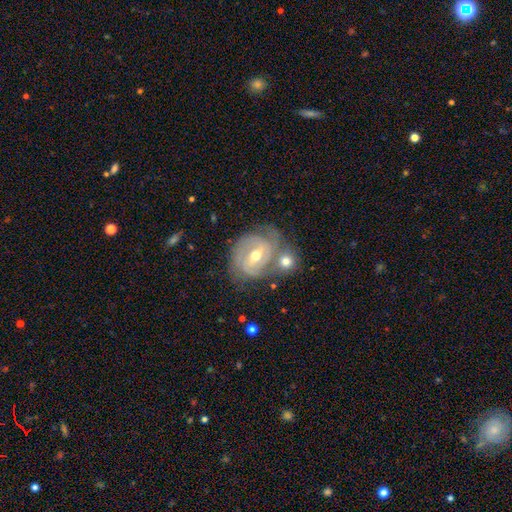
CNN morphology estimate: This is clearly a featured or disk galaxy (83%). It is clearly not viewed edge-on (97%). Bar: possibly weak (50%). Spiral arm pattern: clearly yes (92%). Spiral arm count: possibly 2 (53%). Spiral winding: possibly tight (60%). Central bulge: likely moderate (63%). Merging: possibly none (55%).